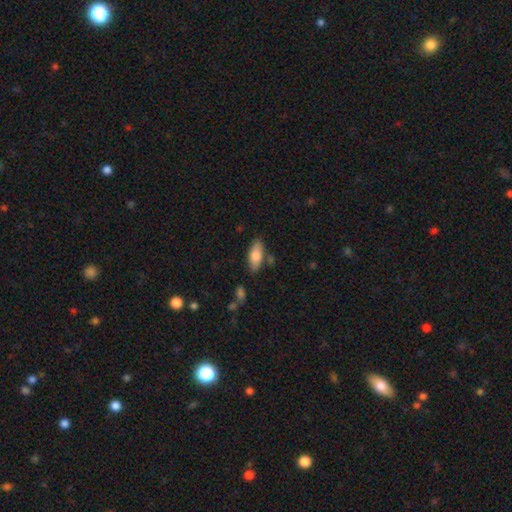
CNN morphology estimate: Q: Smooth or featured?
A: smooth (80%); runner-up: featured or disk (14%)
Q: How rounded?
A: in between (82%); runner-up: cigar-shaped (16%)
Q: Merging?
A: none (77%); runner-up: minor disturbance (14%)